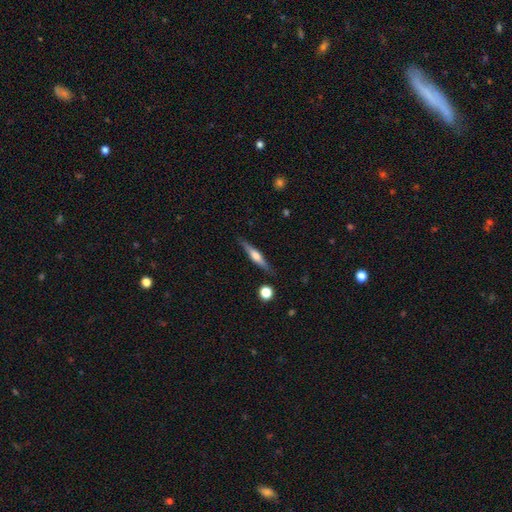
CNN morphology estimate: Smooth or featured? Predicted: featured or disk (p=0.58). Edge-on disk? Predicted: yes (p=0.96). Edge-on bulge? Predicted: rounded (p=0.84). Merging? Predicted: none (p=0.86).